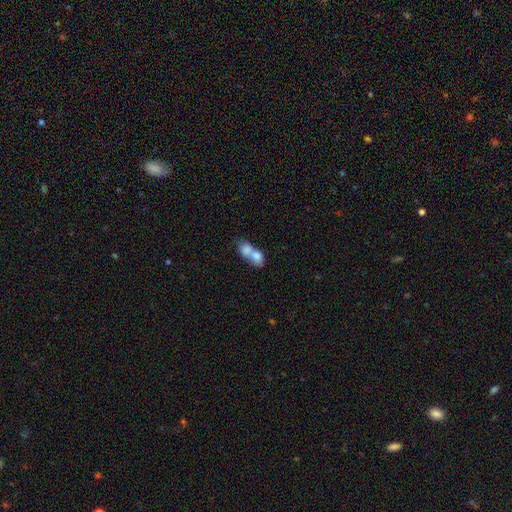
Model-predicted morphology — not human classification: Smooth or featured?
  - smooth: 74% *
  - featured or disk: 18%
  - star or artifact: 8%
How rounded?
  - in between: 64% *
  - round: 31%
  - cigar-shaped: 4%
Merging?
  - merger: 77% *
  - none: 14%
  - minor disturbance: 5%
  - major disturbance: 4%